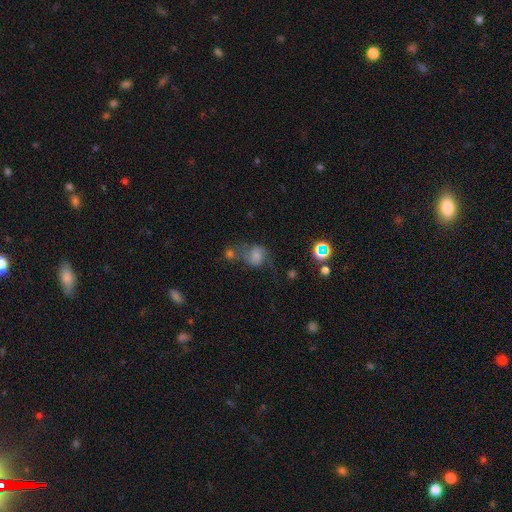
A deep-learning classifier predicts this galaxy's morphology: Smooth or featured? Predicted: smooth (p=0.59). How rounded? Predicted: round (p=0.59). Merging? Predicted: none (p=0.32).